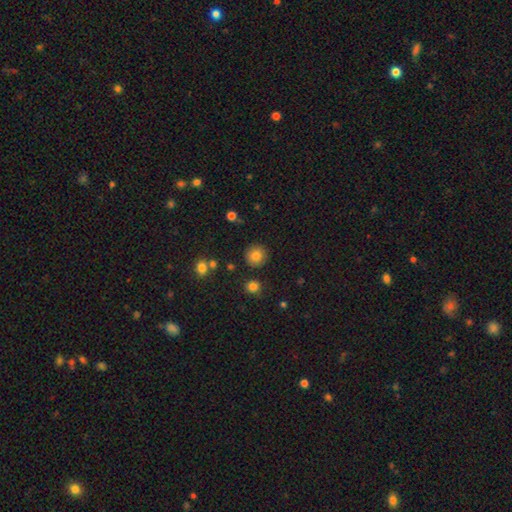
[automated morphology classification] The model was most divided on "smooth or featured": smooth: 83%, star or artifact: 10%, featured or disk: 6%. More confident: how rounded — round (93%); merging — none (89%).